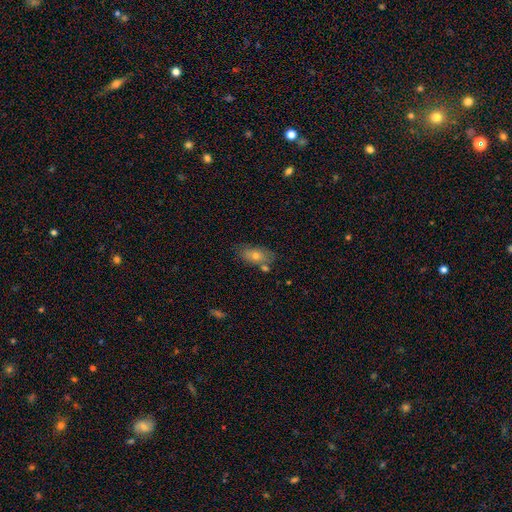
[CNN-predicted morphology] A smooth galaxy with no disk features (62%) that is in between round and cigar-shaped (83%).

Vote fractions:
- Smooth or featured? smooth: 62% / featured or disk: 27% / star or artifact: 11%
- How rounded? in between: 83% / round: 10% / cigar-shaped: 6%
- Merging? none: 68% / minor disturbance: 17% / merger: 10% / major disturbance: 5%